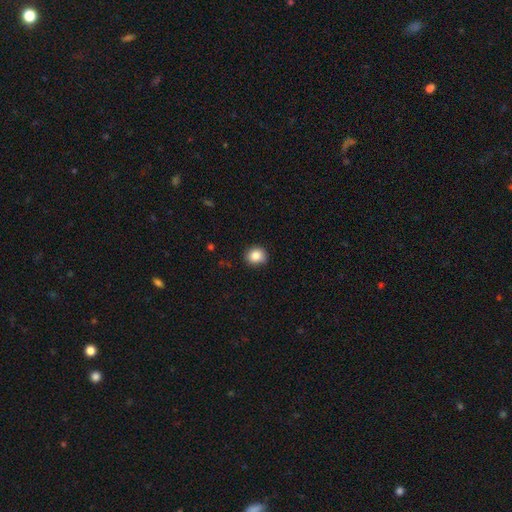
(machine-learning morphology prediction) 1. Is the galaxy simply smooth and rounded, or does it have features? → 86% smooth, 9% star or artifact, 5% featured or disk.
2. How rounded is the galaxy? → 79% round, 20% in between, 1% cigar-shaped.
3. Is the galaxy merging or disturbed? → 86% none, 11% minor disturbance, 2% major disturbance, 1% merger.